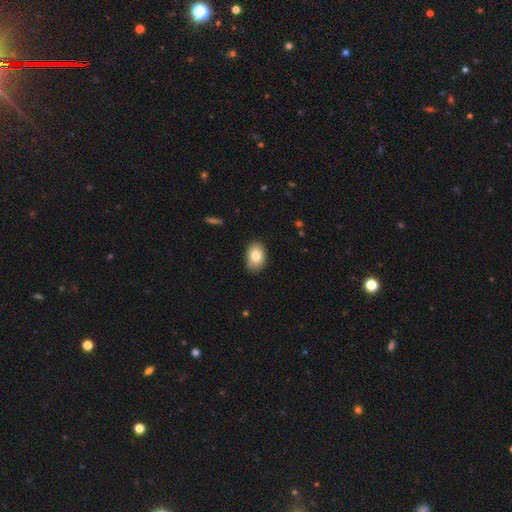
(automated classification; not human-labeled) Smooth or featured? Predicted: smooth (p=0.81). How rounded? Predicted: in between (p=0.82). Merging? Predicted: none (p=0.83).